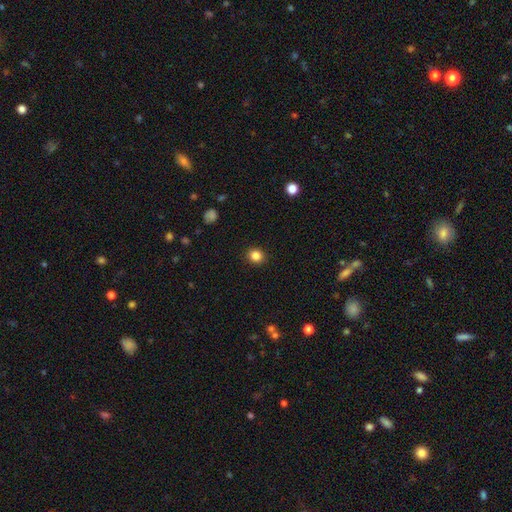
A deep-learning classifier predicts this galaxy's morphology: The model was most divided on "how rounded": round: 85%, in between: 14%, cigar-shaped: 1%. More confident: merging — none (92%); smooth or featured — smooth (84%).